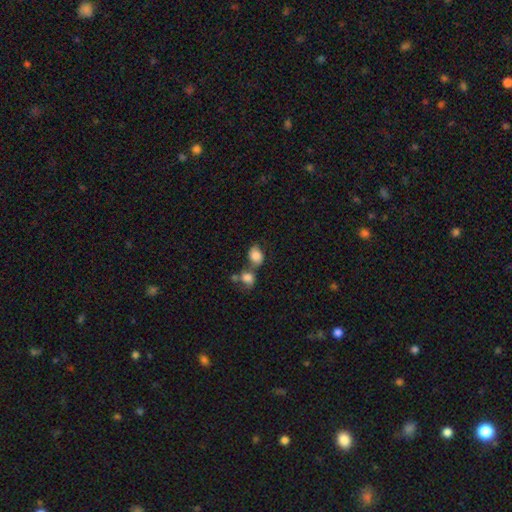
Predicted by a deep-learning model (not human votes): A smooth galaxy with no disk features (78%) that is in between round and cigar-shaped (58%). Merging: merger (45%).